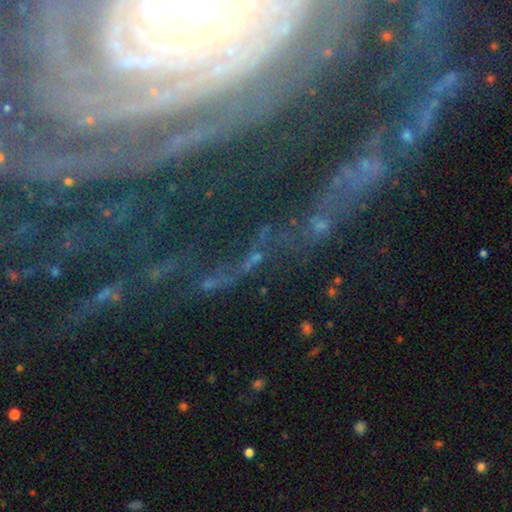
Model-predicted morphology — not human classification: type=star or artifact (65%).